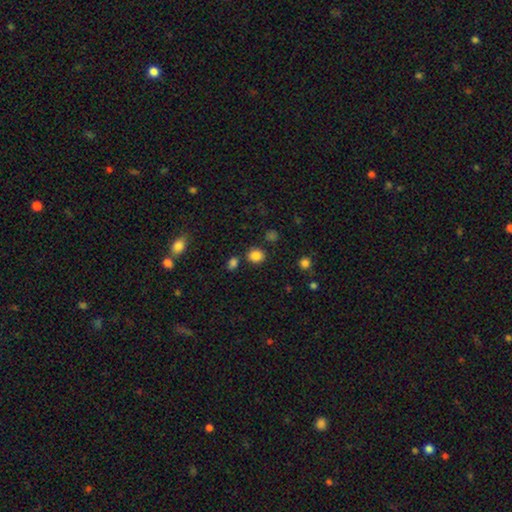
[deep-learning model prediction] The model was most divided on "how rounded": round: 75%, in between: 24%, cigar-shaped: 1%. More confident: smooth or featured — smooth (83%); merging — none (79%).